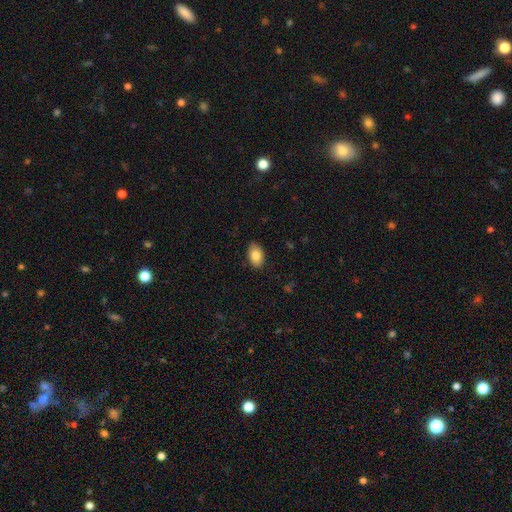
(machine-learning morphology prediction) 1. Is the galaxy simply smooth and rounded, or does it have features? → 84% smooth, 9% featured or disk, 7% star or artifact.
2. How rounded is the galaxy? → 90% in between, 9% round, 1% cigar-shaped.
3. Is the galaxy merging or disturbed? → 86% none, 11% minor disturbance, 2% major disturbance, 1% merger.